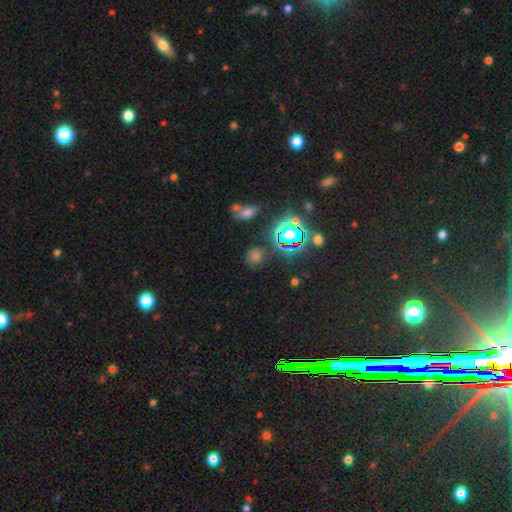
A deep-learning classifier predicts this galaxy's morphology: This appears to be a star or artifact, not a galaxy (49%).